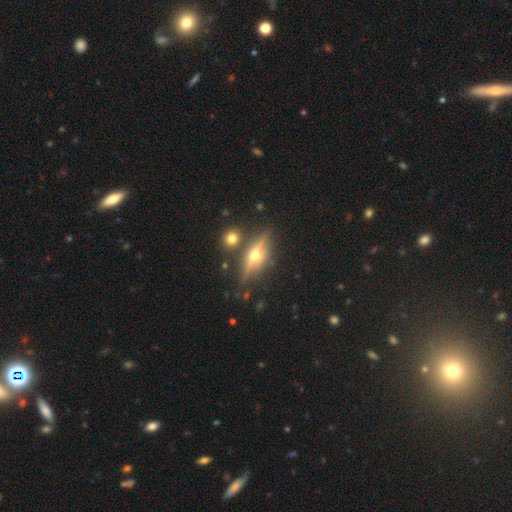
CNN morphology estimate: smooth-or-featured: featured or disk: 74% | smooth: 17% | star or artifact: 9%
  disk-edge-on: yes: 93% | no: 7%
    edge-on-bulge: rounded: 96% | boxy: 2% | none: 2%
  merging: none: 83% | minor disturbance: 10% | merger: 4% | major disturbance: 3%